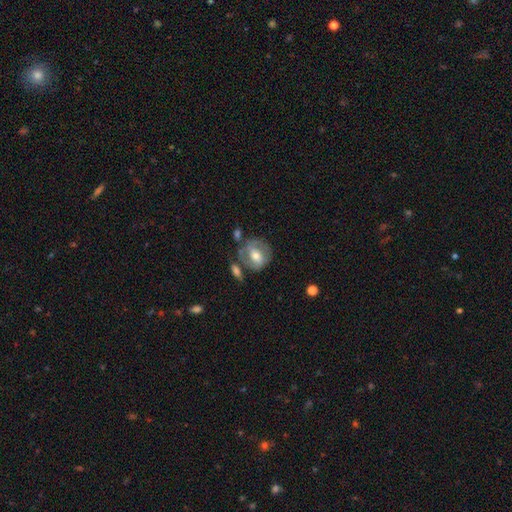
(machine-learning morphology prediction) Smooth or featured? Predicted: featured or disk (p=0.54). Edge-on disk? Predicted: no (p=0.95). Bar? Predicted: weak (p=0.39). Spiral arms? Predicted: yes (p=0.55). Bulge size? Predicted: moderate (p=0.66). Merging? Predicted: none (p=0.54).